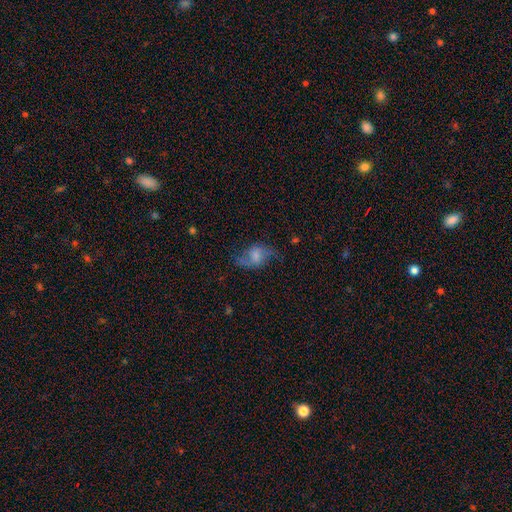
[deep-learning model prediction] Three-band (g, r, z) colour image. It shows a featured or disk galaxy (64%) with no bar (46%), 2 (90%) loose (72%) spiral arms (88%) and a small central bulge (33%). Merging: none (61%).